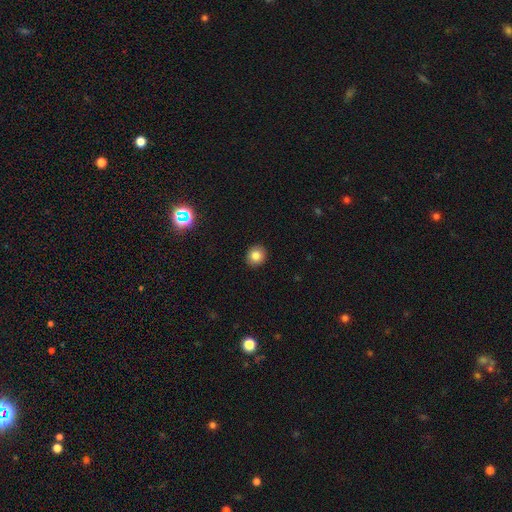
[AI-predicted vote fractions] Q: Smooth or featured?
A: smooth (83%); runner-up: star or artifact (11%)
Q: How rounded?
A: round (82%); runner-up: in between (17%)
Q: Merging?
A: none (91%); runner-up: minor disturbance (6%)